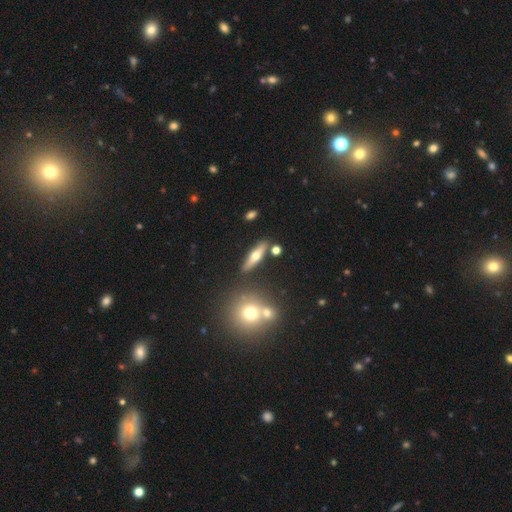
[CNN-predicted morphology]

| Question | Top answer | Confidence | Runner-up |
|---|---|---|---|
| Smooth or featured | featured or disk | 49% | smooth (43%) |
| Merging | none | 82% | minor disturbance (9%) |